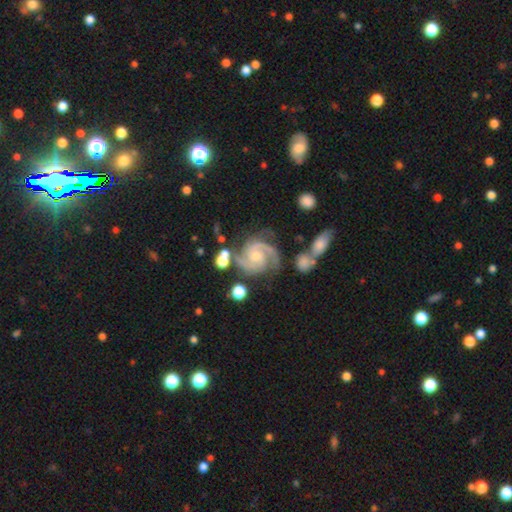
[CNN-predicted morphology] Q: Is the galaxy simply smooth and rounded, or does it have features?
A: featured or disk — 92%.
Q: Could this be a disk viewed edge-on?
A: no — 98%.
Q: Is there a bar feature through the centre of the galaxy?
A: no — 63%.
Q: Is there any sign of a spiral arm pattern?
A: yes — 99%.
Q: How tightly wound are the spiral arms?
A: tight — 55%.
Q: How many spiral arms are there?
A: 2 — 67%.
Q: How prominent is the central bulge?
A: small — 52%.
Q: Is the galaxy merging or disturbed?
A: none — 59%.